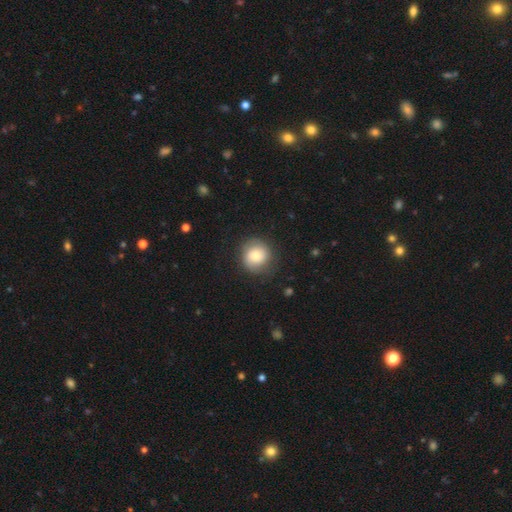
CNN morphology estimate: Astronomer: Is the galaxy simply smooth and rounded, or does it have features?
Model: smooth — 71%.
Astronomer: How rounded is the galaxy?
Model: round — 89%.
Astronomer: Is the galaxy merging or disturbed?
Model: none — 77%.